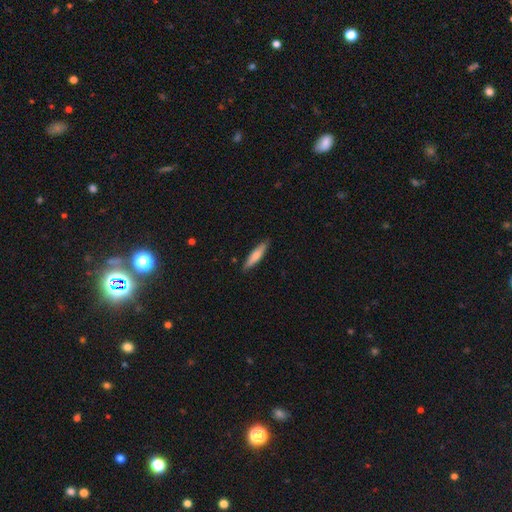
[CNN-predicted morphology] Smooth or featured? smooth (72%)
How rounded? cigar-shaped (83%)
Merging? none (88%)